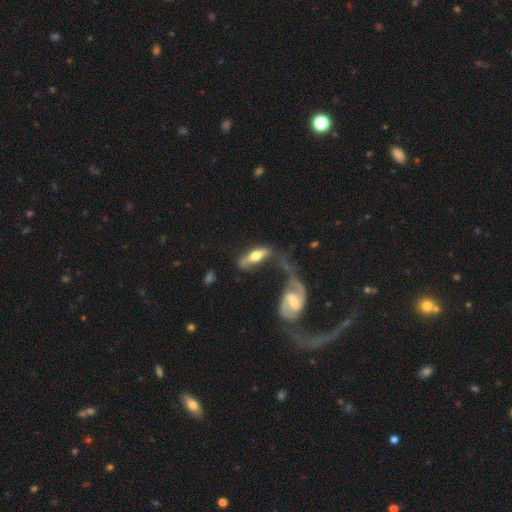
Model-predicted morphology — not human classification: smooth-or-featured: featured or disk: 60% | smooth: 34% | star or artifact: 6%
  disk-edge-on: yes: 54% | no: 46%
  merging: none: 35% | merger: 34% | minor disturbance: 16% | major disturbance: 14%